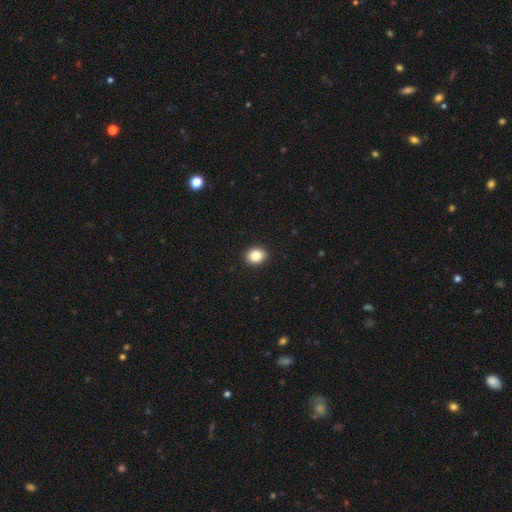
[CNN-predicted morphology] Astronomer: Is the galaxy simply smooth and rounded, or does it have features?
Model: smooth — 85%.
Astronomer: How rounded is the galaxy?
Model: round — 58% (runner-up: in between, 41%).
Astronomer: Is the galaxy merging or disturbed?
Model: none — 92%.